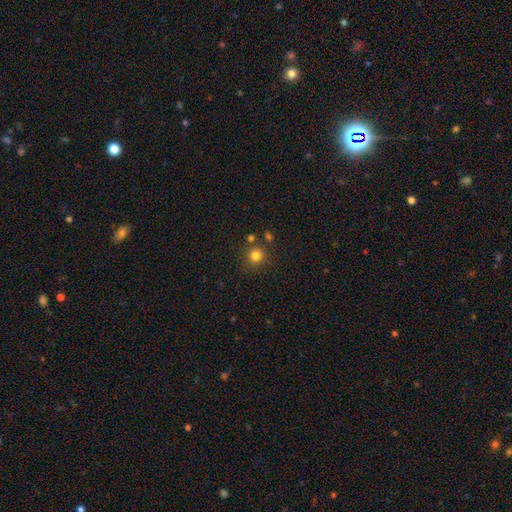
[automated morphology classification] Smooth or featured? Predicted: smooth (p=0.80). How rounded? Predicted: round (p=0.92). Merging? Predicted: none (p=0.79).